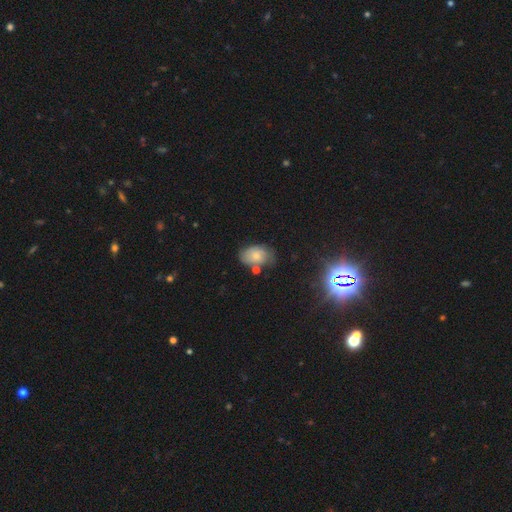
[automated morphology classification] Smooth or featured?
  - smooth: 66% *
  - featured or disk: 24%
  - star or artifact: 11%
How rounded?
  - in between: 86% *
  - round: 13%
  - cigar-shaped: 1%
Merging?
  - none: 57% *
  - minor disturbance: 25%
  - merger: 10%
  - major disturbance: 7%